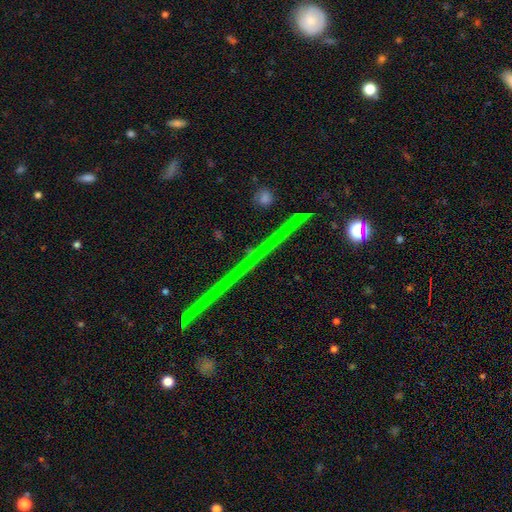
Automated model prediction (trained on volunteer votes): Smooth or featured? star or artifact (79%)